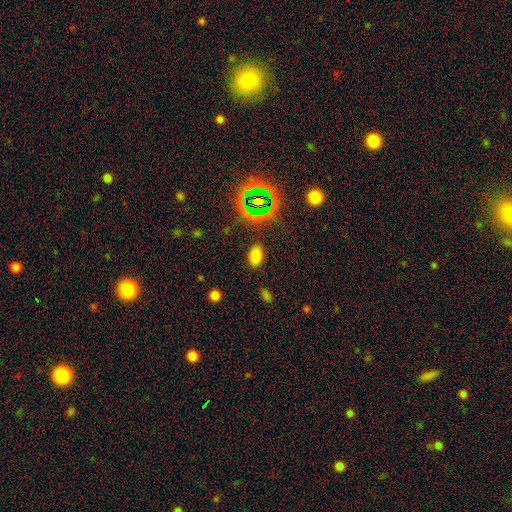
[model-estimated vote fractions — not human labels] Smooth or featured? Predicted: smooth (p=0.74). How rounded? Predicted: in between (p=0.89). Merging? Predicted: none (p=0.86).